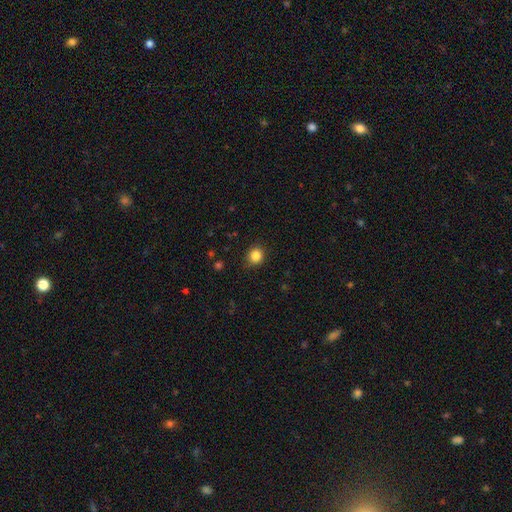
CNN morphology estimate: smooth-or-featured: smooth: 85% | star or artifact: 11% | featured or disk: 4%
  how-rounded: round: 82% | in between: 17% | cigar-shaped: 1%
  merging: none: 87% | minor disturbance: 9% | major disturbance: 2% | merger: 1%